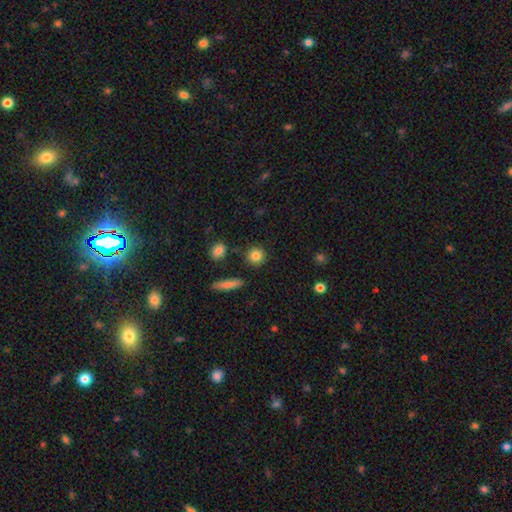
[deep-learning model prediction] Overall: smooth (83%). How rounded: round (89%). Merging: none (87%).